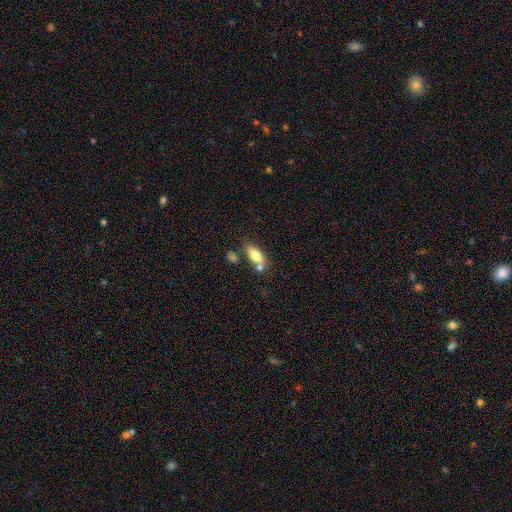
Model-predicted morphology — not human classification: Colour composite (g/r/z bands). It shows a smooth galaxy with no disk features (76%) that is in between round and cigar-shaped (81%). Merging: none (54%).